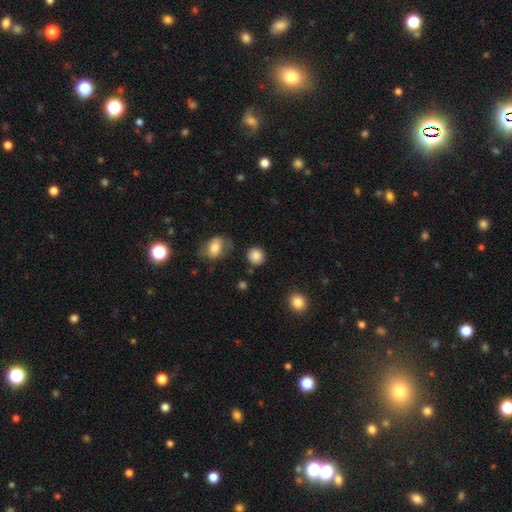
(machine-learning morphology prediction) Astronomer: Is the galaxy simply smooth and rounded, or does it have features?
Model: smooth — 86%.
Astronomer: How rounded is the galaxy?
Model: round — 87%.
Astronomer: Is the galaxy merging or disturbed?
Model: none — 83%.